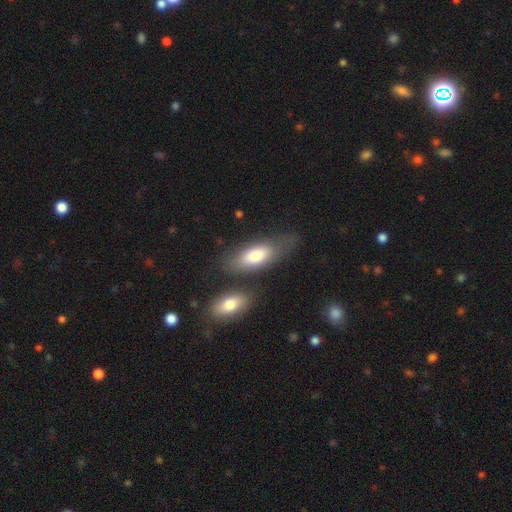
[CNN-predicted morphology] This appears to be a smooth galaxy with no disk features (75%) that is in between round and cigar-shaped (82%). Merging: none (62%).